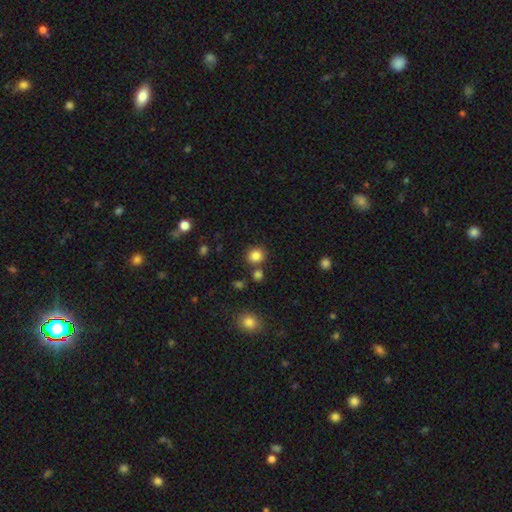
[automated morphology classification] Smooth or featured? Predicted: smooth (p=0.84). How rounded? Predicted: round (p=0.86). Merging? Predicted: none (p=0.78).